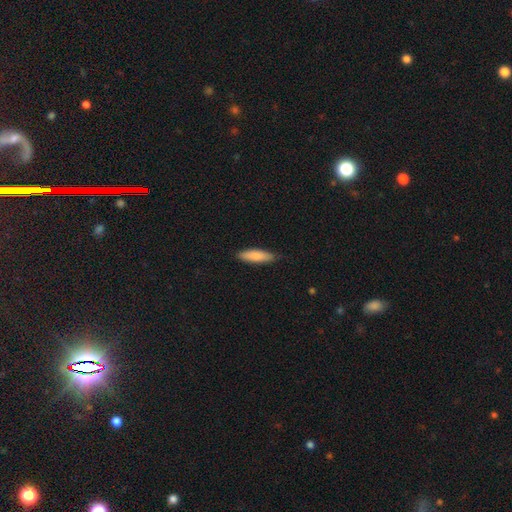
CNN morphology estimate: Smooth or featured?
  - smooth: 84% *
  - featured or disk: 11%
  - star or artifact: 5%
How rounded?
  - cigar-shaped: 62% *
  - in between: 37%
  - round: 2%
Merging?
  - none: 82% *
  - minor disturbance: 15%
  - major disturbance: 2%
  - merger: 1%